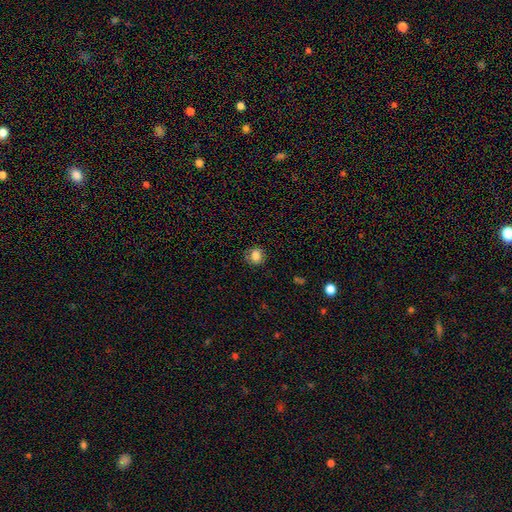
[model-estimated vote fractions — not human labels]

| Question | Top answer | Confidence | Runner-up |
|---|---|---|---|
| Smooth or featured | smooth | 81% | star or artifact (11%) |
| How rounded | round | 76% | in between (23%) |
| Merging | none | 82% | minor disturbance (13%) |